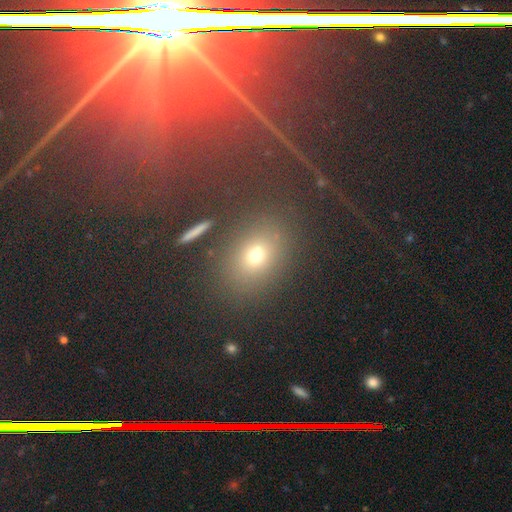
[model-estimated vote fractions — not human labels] Overall: smooth (63%; star or artifact 25%). How rounded: in between (49%; round 48%). Merging: none (82%).